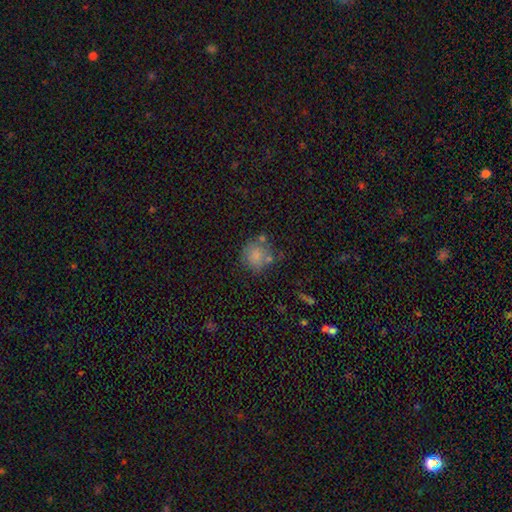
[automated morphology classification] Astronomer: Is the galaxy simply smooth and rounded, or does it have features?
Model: smooth — 78%.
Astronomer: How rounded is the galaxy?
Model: round — 86%.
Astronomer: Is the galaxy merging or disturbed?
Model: none — 59%.